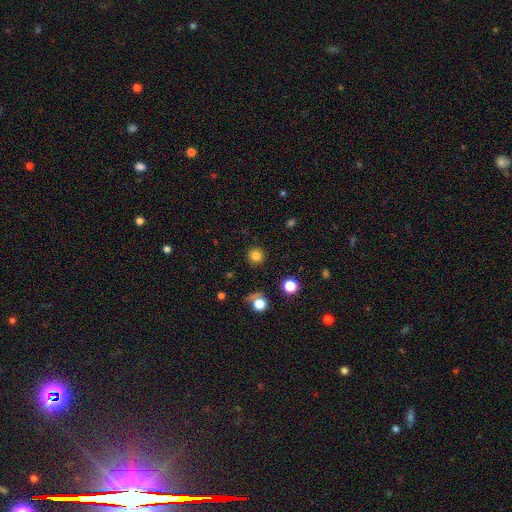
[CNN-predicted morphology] Smooth or featured? smooth (81%)
How rounded? round (95%)
Merging? none (91%)